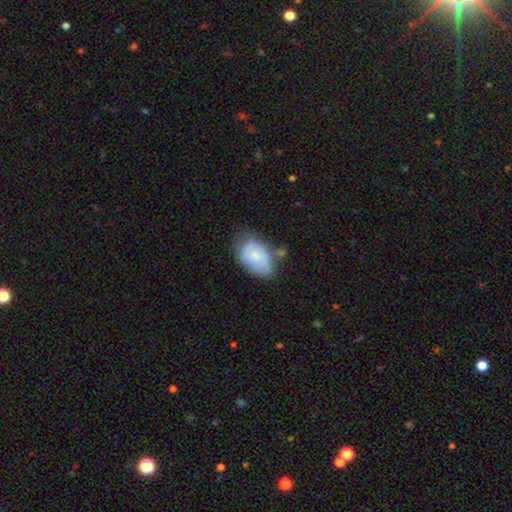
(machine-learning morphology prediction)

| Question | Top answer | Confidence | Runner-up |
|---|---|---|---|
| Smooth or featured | smooth | 58% | featured or disk (35%) |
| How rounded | in between | 89% | round (10%) |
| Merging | none | 46% | minor disturbance (34%) |